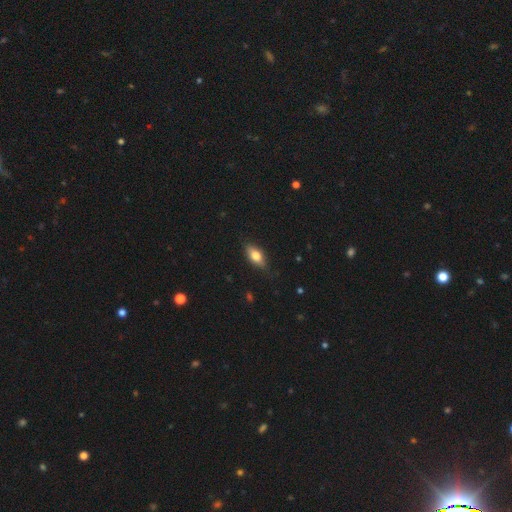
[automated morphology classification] Q: Smooth or featured?
A: smooth (71%); runner-up: featured or disk (22%)
Q: How rounded?
A: in between (82%); runner-up: cigar-shaped (13%)
Q: Merging?
A: none (82%); runner-up: minor disturbance (14%)